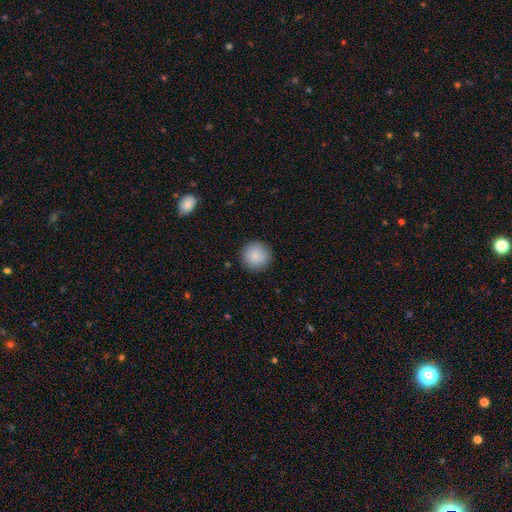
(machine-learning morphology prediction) smooth-or-featured: smooth: 89% | star or artifact: 8% | featured or disk: 4%
  how-rounded: round: 95% | in between: 4% | cigar-shaped: 1%
  merging: none: 92% | minor disturbance: 6% | major disturbance: 2% | merger: 1%